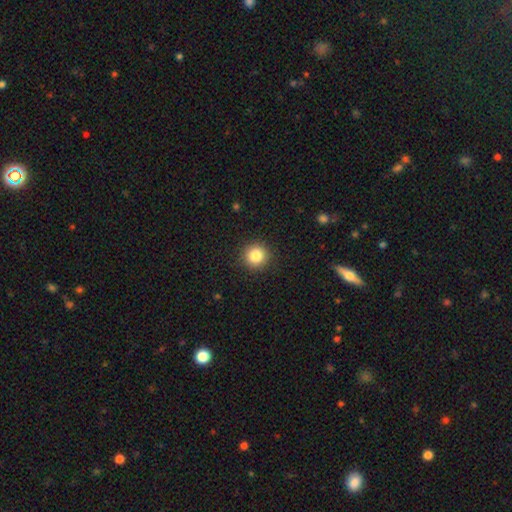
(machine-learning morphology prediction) Smooth or featured?
  - smooth: 84% *
  - star or artifact: 11%
  - featured or disk: 5%
How rounded?
  - round: 94% *
  - in between: 5%
  - cigar-shaped: 1%
Merging?
  - none: 91% *
  - minor disturbance: 6%
  - major disturbance: 2%
  - merger: 1%